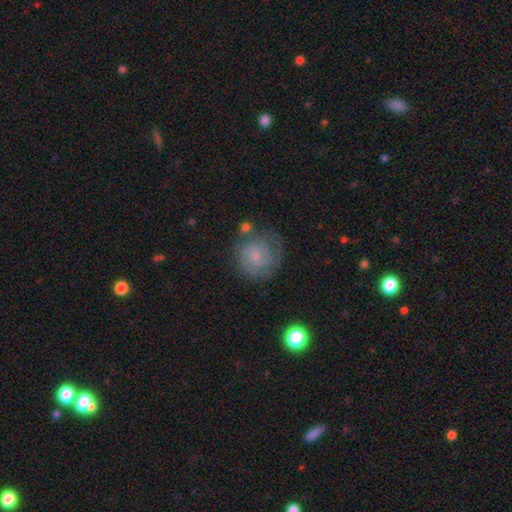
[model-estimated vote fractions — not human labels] Smooth or featured: featured or disk — 59% (smooth — 33%)
Edge-on disk: no — 98% (yes — 2%)
Bar: no — 57% (weak — 38%)
Spiral arms: yes — 87% (no — 13%)
Spiral winding: tight — 60% (medium — 30%)
Spiral arm count: 2 — 42% (can't tell — 33%)
Bulge size: small — 68% (moderate — 17%)
Merging: none — 65% (minor disturbance — 20%)